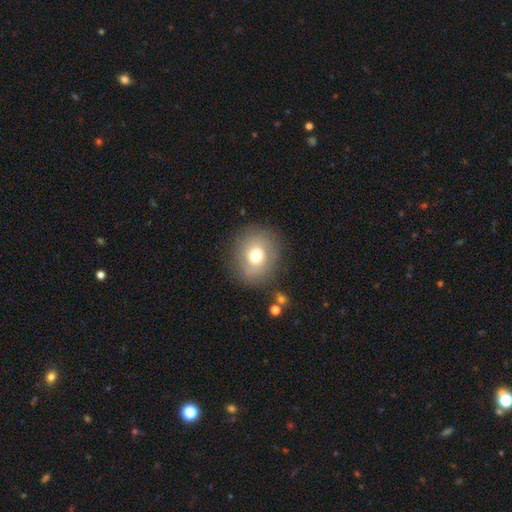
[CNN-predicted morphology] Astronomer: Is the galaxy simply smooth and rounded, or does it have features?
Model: smooth — 68%.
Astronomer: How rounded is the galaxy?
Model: round — 72%.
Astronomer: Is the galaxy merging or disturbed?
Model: none — 80%.